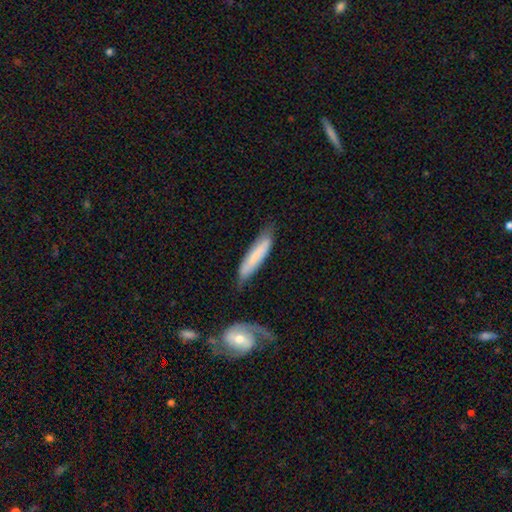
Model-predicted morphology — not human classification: Smooth or featured: smooth — 67% (featured or disk — 27%)
How rounded: cigar-shaped — 83% (in between — 16%)
Merging: none — 63% (minor disturbance — 22%)